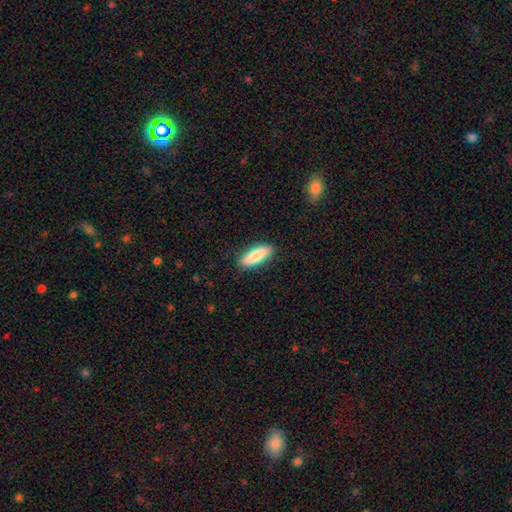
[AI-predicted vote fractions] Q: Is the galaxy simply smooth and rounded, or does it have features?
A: smooth — 83%.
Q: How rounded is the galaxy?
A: in between — 55%.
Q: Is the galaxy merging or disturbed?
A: none — 87%.